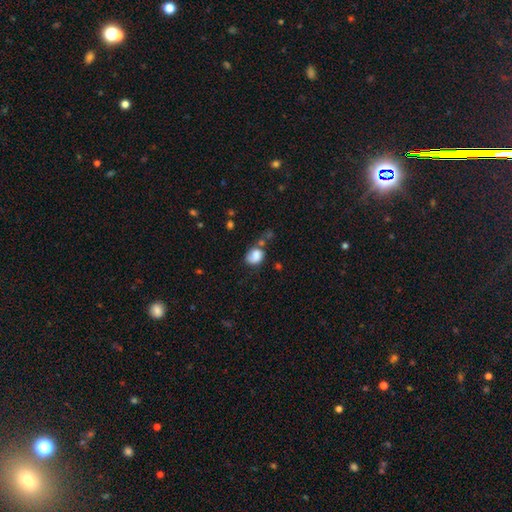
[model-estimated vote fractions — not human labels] Smooth or featured?
  - smooth: 79% *
  - featured or disk: 12%
  - star or artifact: 9%
How rounded?
  - in between: 56% *
  - round: 43%
  - cigar-shaped: 1%
Merging?
  - none: 42% *
  - minor disturbance: 28%
  - merger: 15%
  - major disturbance: 15%